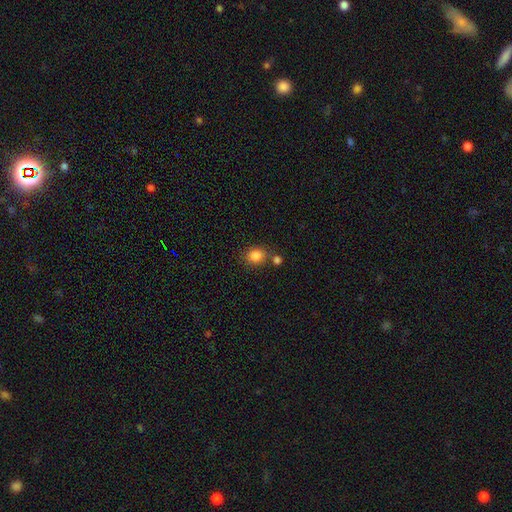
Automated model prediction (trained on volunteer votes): Morphology: type=smooth (85%); roundness=round (63%); merging=none (70%).